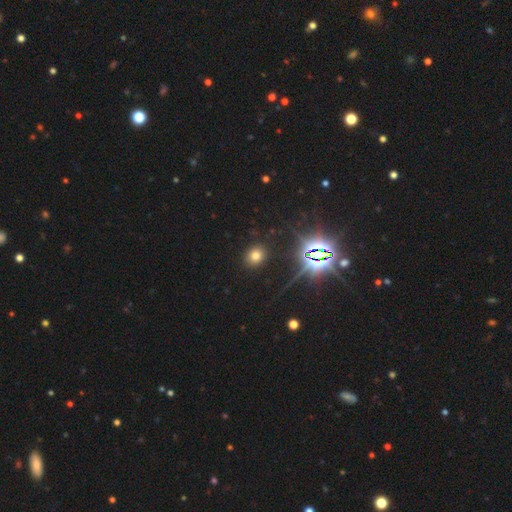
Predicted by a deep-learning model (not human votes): This appears to be a smooth galaxy with no disk features (67%) that is round (68%). Merging: none (89%).